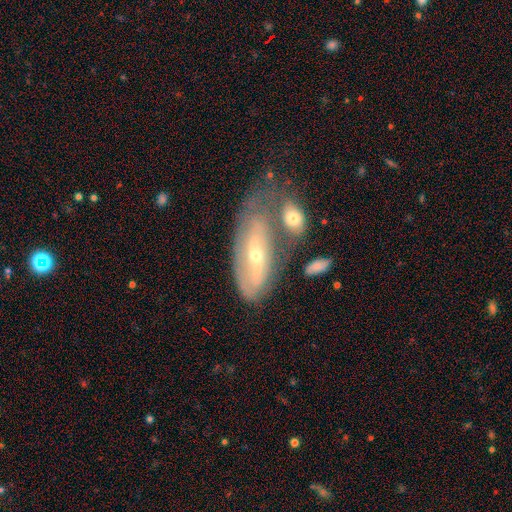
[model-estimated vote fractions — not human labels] Smooth or featured? featured or disk (74%)
Edge-on disk? no (84%)
Bar? strong (40%)
Spiral arms? yes (73%)
Bulge size? small (59%)
Merging? none (42%)